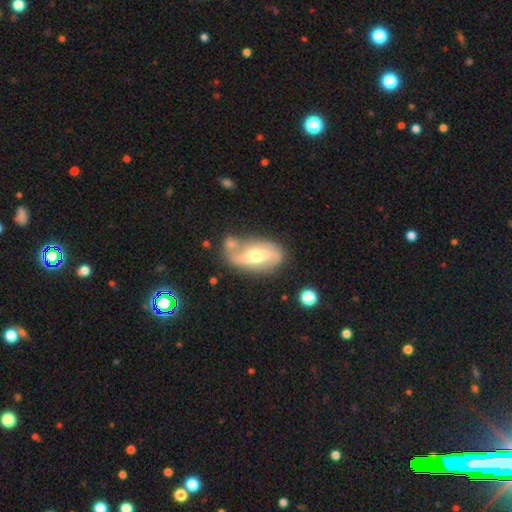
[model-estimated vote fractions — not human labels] featured or disk 76%, smooth 18%, star or artifact 6%. Down the decision tree: edge-on disk — no (87%); bar — strong (49%); spiral arms — yes (82%); spiral arm count — 2 (83%); spiral winding — loose (43%); bulge size — moderate (65%); merging — none (57%).